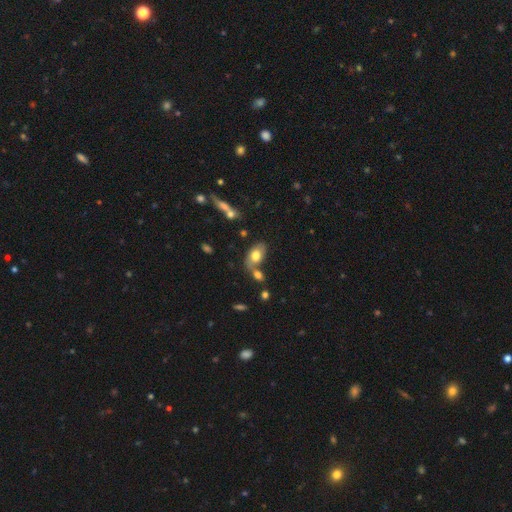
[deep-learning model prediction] smooth-or-featured: smooth: 71% | featured or disk: 21% | star or artifact: 8%
  how-rounded: in between: 88% | round: 10% | cigar-shaped: 2%
  merging: none: 43% | merger: 34% | minor disturbance: 15% | major disturbance: 7%